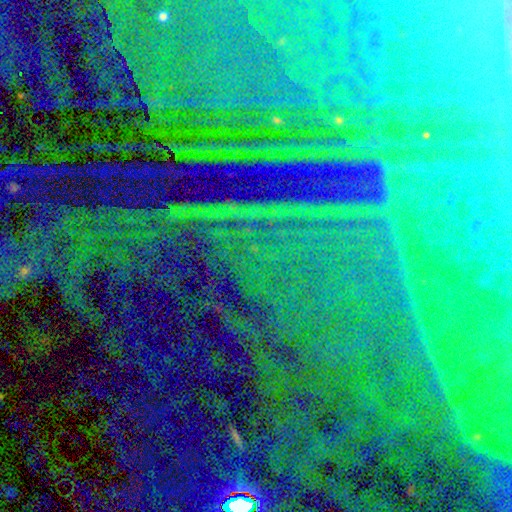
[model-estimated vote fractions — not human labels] Q: Smooth or featured?
A: star or artifact (87%); runner-up: featured or disk (7%)